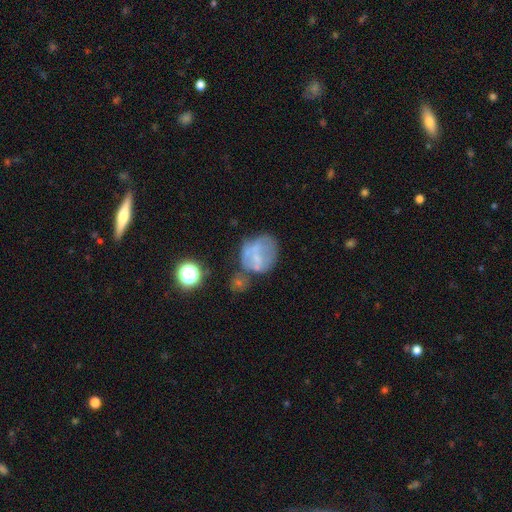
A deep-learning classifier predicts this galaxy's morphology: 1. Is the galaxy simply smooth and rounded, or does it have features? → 44% smooth, 41% featured or disk, 15% star or artifact.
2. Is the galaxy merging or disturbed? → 36% none, 24% major disturbance, 23% minor disturbance, 17% merger.